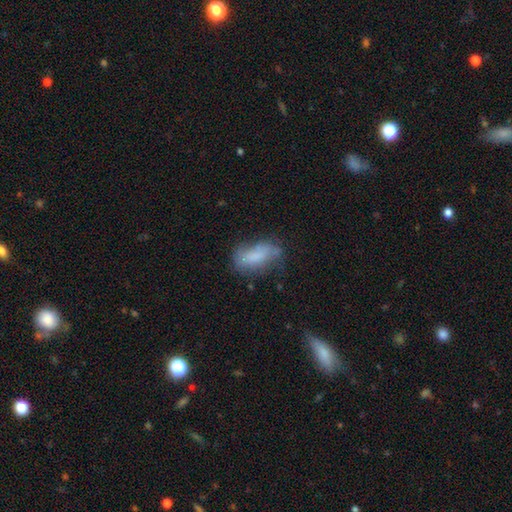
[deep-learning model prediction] This appears to be a smooth galaxy with no disk features (67%) that is in between round and cigar-shaped (81%). Merging: none (50%).